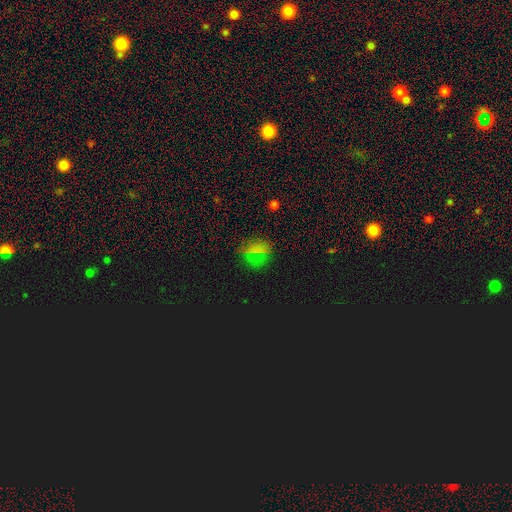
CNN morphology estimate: Smooth or featured? star or artifact (48%)